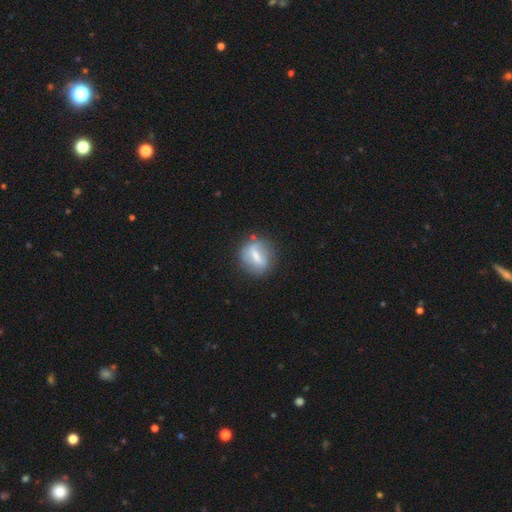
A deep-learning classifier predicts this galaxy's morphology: Smooth or featured: smooth — 46% (tied with featured or disk — 46%)
Merging: none — 69% (minor disturbance — 19%)